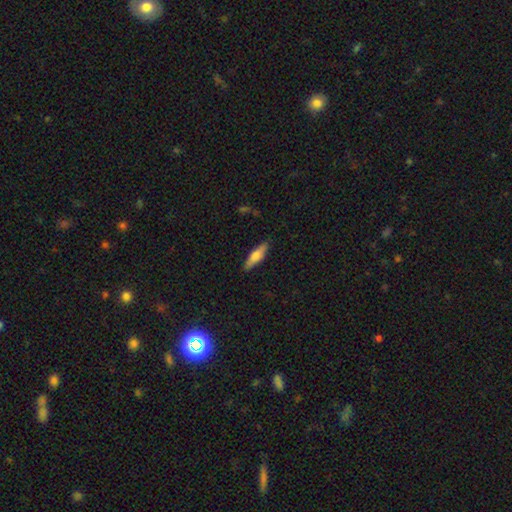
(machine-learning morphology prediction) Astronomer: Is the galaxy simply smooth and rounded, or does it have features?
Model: smooth — 63%.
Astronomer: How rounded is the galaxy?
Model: cigar-shaped — 67%.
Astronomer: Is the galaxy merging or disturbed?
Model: none — 87%.